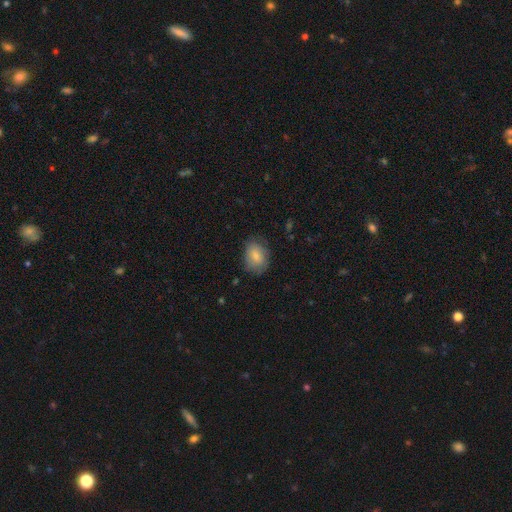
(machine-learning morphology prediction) smooth_or_featured: smooth (p=0.80) [alt: featured or disk p=0.13]
how_rounded: in between (p=0.71) [alt: round p=0.28]
merging: none (p=0.72) [alt: minor disturbance p=0.21]